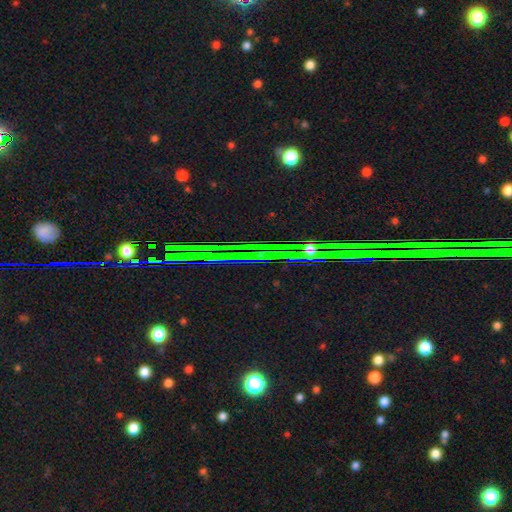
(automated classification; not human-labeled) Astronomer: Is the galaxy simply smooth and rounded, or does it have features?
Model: star or artifact — 82%.